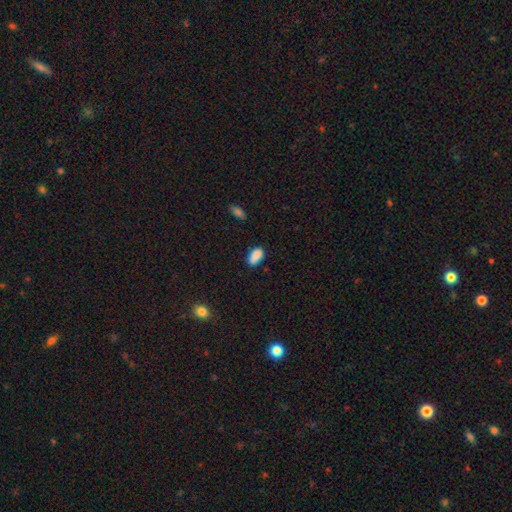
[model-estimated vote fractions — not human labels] Smooth or featured? Predicted: smooth (p=0.87). How rounded? Predicted: in between (p=0.91). Merging? Predicted: none (p=0.69).